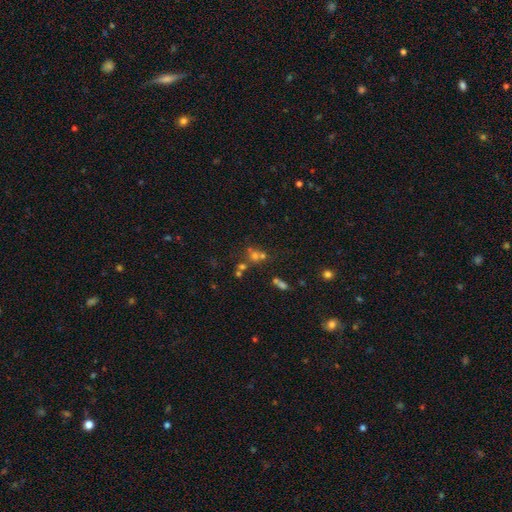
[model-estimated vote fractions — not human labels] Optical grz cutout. It shows a smooth galaxy with no disk features (43%). Merging: none (47%).